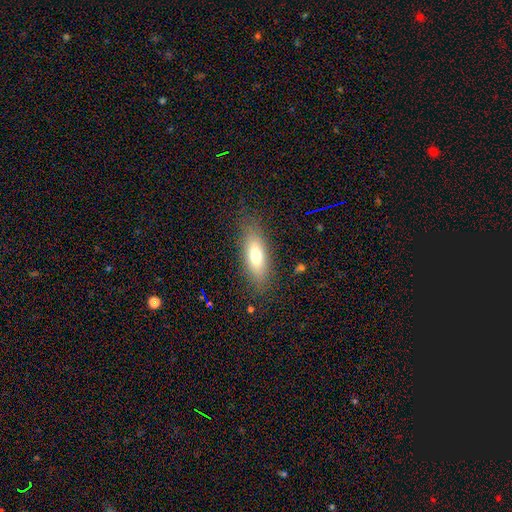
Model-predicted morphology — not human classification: Q: Smooth or featured?
A: smooth (70%); runner-up: featured or disk (22%)
Q: How rounded?
A: in between (68%); runner-up: cigar-shaped (28%)
Q: Merging?
A: none (80%); runner-up: minor disturbance (13%)